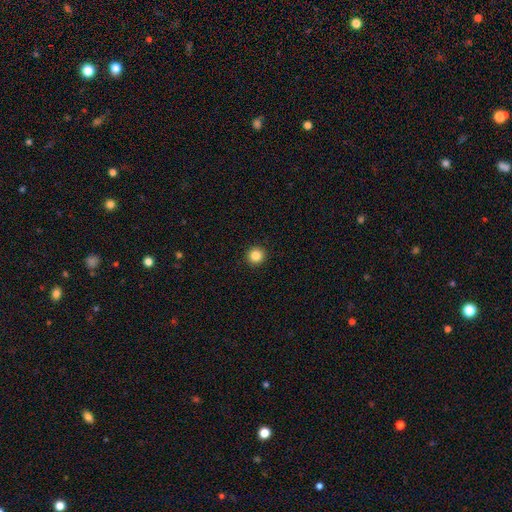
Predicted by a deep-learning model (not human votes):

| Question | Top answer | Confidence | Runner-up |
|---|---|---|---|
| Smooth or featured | smooth | 85% | star or artifact (11%) |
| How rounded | round | 95% | in between (4%) |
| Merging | none | 94% | minor disturbance (4%) |